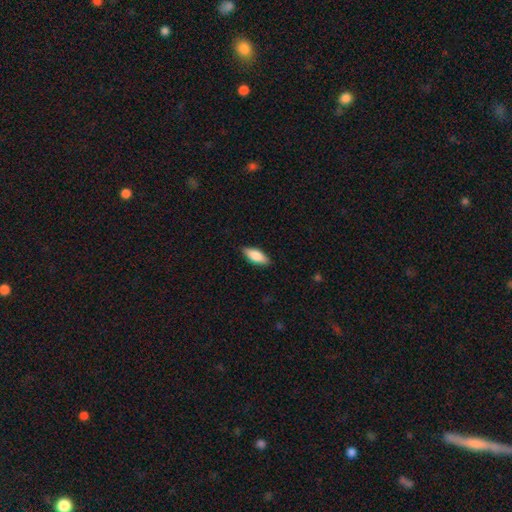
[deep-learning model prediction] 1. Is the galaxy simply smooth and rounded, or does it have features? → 84% smooth, 11% featured or disk, 6% star or artifact.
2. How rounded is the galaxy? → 78% in between, 19% cigar-shaped, 2% round.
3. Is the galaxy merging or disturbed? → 88% none, 9% minor disturbance, 2% major disturbance, 1% merger.